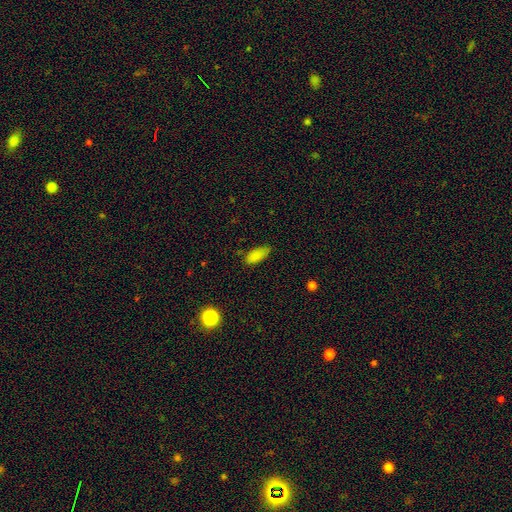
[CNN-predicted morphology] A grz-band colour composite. It shows a smooth galaxy with no disk features (86%) that is in between round and cigar-shaped (87%). Merging: none (72%).